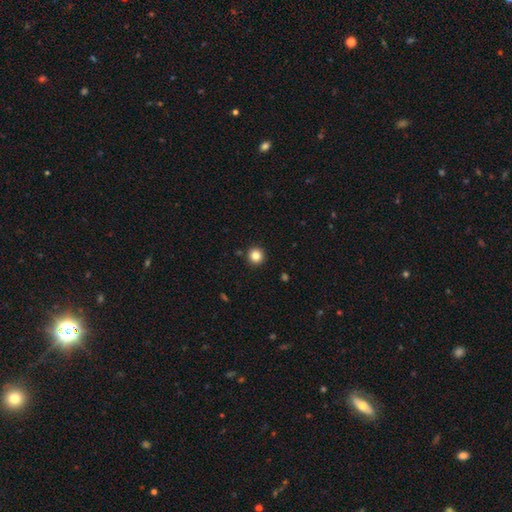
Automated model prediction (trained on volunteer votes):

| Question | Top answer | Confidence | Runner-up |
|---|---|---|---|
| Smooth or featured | smooth | 84% | star or artifact (11%) |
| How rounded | round | 95% | in between (4%) |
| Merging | none | 92% | minor disturbance (5%) |